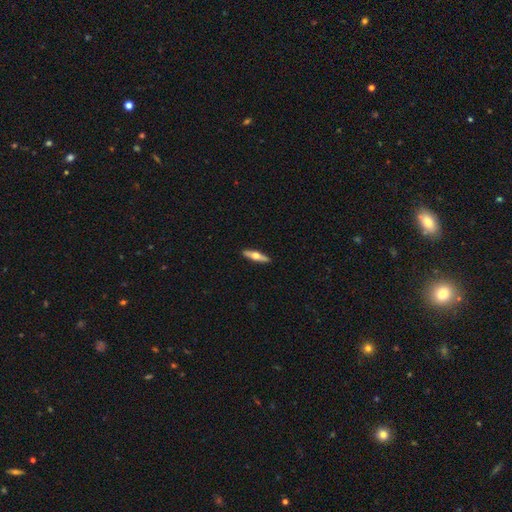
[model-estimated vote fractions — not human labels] Morphology: type=featured or disk (57%); edge-on=yes (94%); edge-on bulge=rounded (95%); merging=none (91%).